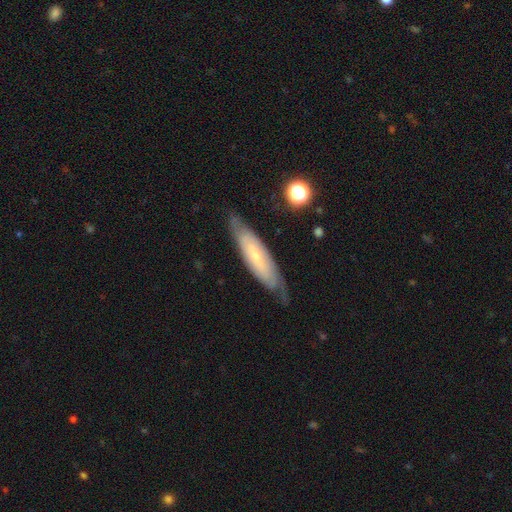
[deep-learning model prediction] Overall: featured or disk (60%; smooth 33%). Edge-on disk: no (66%; yes 34%). Merging: none (74%).